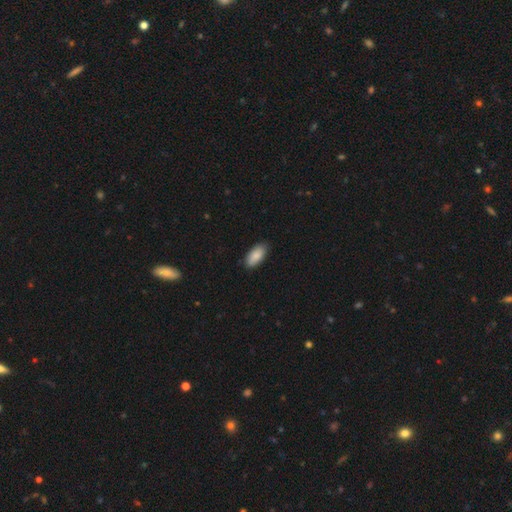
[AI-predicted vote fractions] Smooth or featured?
  - smooth: 88% *
  - featured or disk: 7%
  - star or artifact: 6%
How rounded?
  - in between: 91% *
  - cigar-shaped: 7%
  - round: 2%
Merging?
  - none: 83% *
  - minor disturbance: 14%
  - major disturbance: 2%
  - merger: 1%